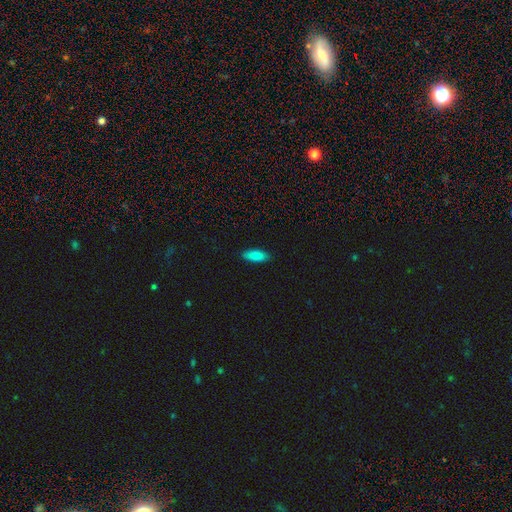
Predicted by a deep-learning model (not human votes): A smooth galaxy with no disk features (86%) that is in between round and cigar-shaped (73%).

Vote fractions:
- Smooth or featured? smooth: 86% / featured or disk: 8% / star or artifact: 7%
- How rounded? in between: 73% / cigar-shaped: 25% / round: 2%
- Merging? none: 89% / minor disturbance: 8% / major disturbance: 2% / merger: 1%